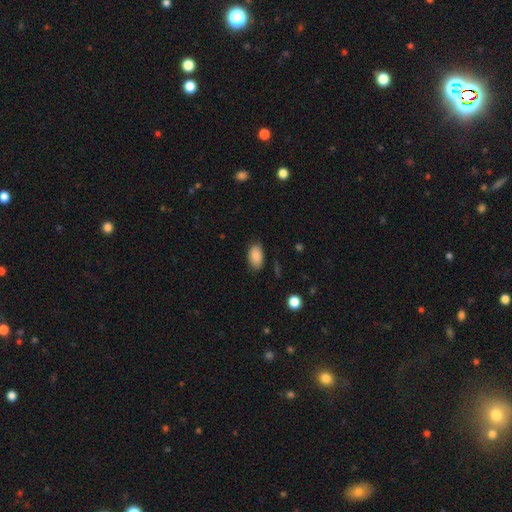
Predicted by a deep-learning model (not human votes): Smooth or featured?
  - smooth: 87% *
  - star or artifact: 8%
  - featured or disk: 5%
How rounded?
  - in between: 92% *
  - round: 7%
  - cigar-shaped: 2%
Merging?
  - none: 81% *
  - minor disturbance: 15%
  - major disturbance: 3%
  - merger: 1%